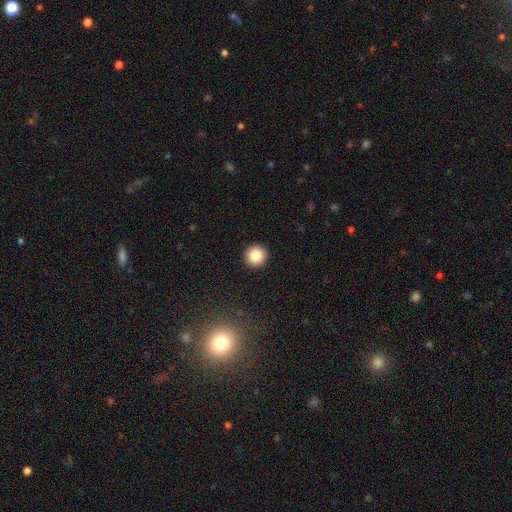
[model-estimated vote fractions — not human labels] This appears to be a smooth galaxy with no disk features (86%) that is round (95%). Merging: none (93%).